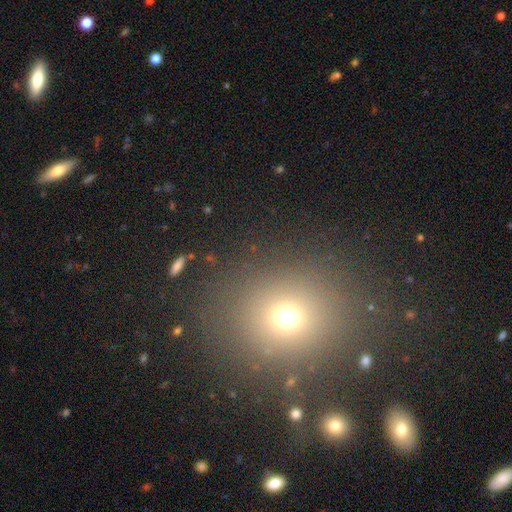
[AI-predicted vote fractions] Smooth or featured?
  - smooth: 62% *
  - star or artifact: 30%
  - featured or disk: 8%
How rounded?
  - round: 73% *
  - in between: 25%
  - cigar-shaped: 1%
Merging?
  - none: 84% *
  - minor disturbance: 8%
  - major disturbance: 4%
  - merger: 4%